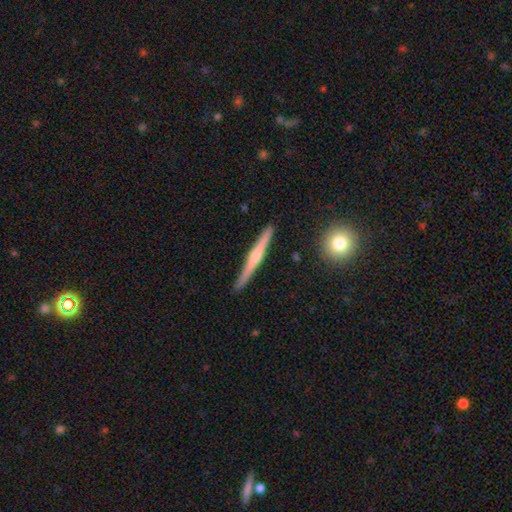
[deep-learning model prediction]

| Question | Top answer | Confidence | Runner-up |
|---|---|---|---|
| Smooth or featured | featured or disk | 67% | smooth (28%) |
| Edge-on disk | yes | 98% | no (2%) |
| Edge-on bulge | rounded | 66% | none (20%) |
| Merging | none | 90% | minor disturbance (7%) |